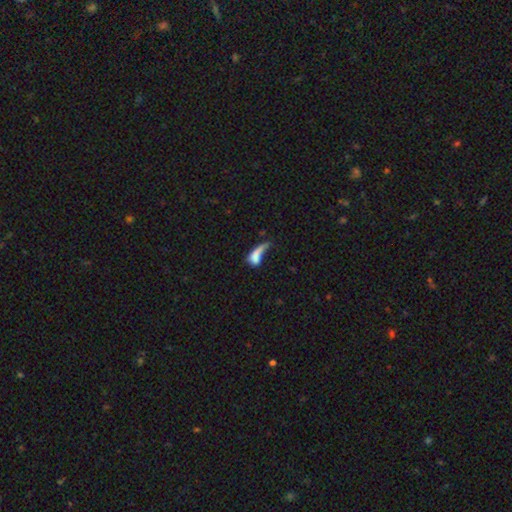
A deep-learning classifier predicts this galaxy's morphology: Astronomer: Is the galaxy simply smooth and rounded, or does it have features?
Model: smooth — 65%.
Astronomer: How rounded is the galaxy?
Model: in between — 64%.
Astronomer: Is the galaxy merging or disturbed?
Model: major disturbance — 43% (runner-up: none, 22%).